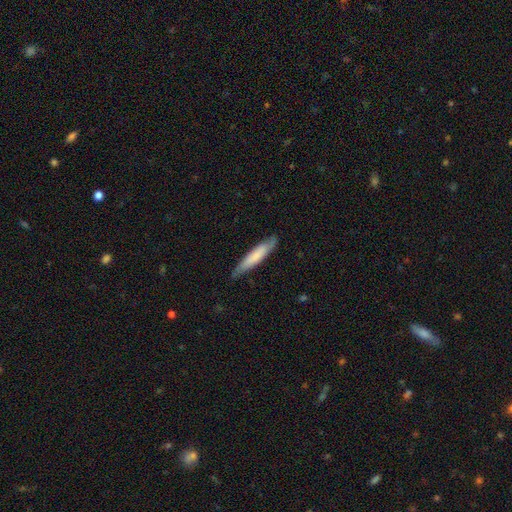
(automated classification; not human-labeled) This appears to be a smooth galaxy with no disk features (65%) that is cigar-shaped (88%). Merging: none (81%).